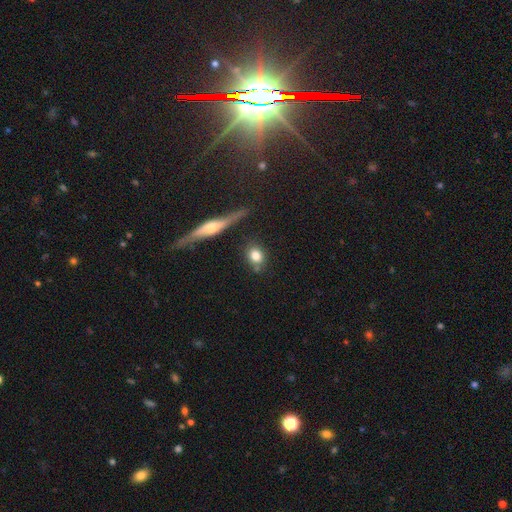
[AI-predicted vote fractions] smooth-or-featured: smooth: 79% | featured or disk: 12% | star or artifact: 9%
  how-rounded: round: 60% | in between: 36% | cigar-shaped: 4%
  merging: none: 75% | minor disturbance: 13% | merger: 9% | major disturbance: 4%